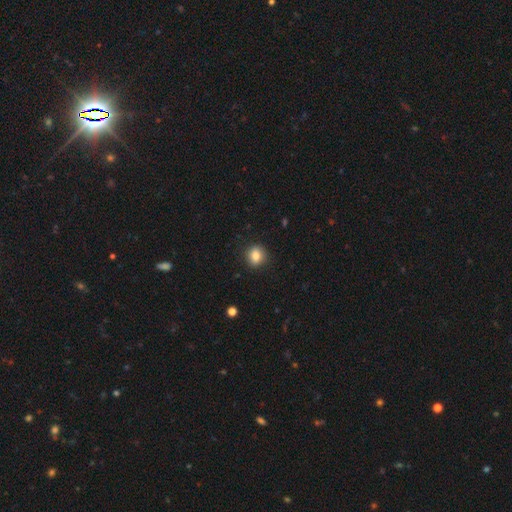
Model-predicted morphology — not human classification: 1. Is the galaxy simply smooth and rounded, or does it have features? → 82% smooth, 10% star or artifact, 9% featured or disk.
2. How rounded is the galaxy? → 64% round, 35% in between, 1% cigar-shaped.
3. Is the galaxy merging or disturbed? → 87% none, 9% minor disturbance, 2% major disturbance, 1% merger.